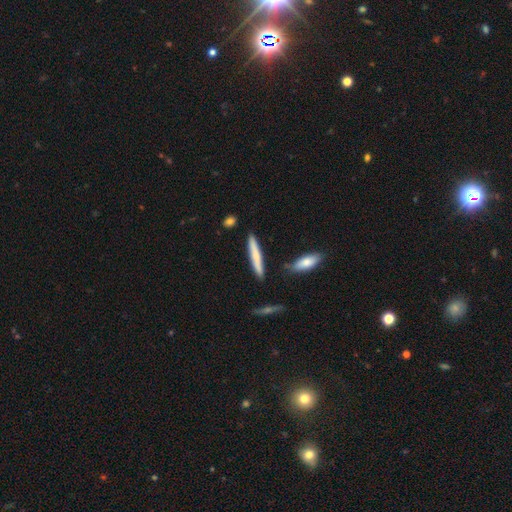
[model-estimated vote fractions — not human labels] A smooth galaxy with no disk features (67%) that is cigar-shaped (93%).

Vote fractions:
- Smooth or featured? smooth: 67% / featured or disk: 27% / star or artifact: 6%
- How rounded? cigar-shaped: 93% / in between: 6% / round: 1%
- Merging? none: 85% / minor disturbance: 10% / merger: 4% / major disturbance: 2%